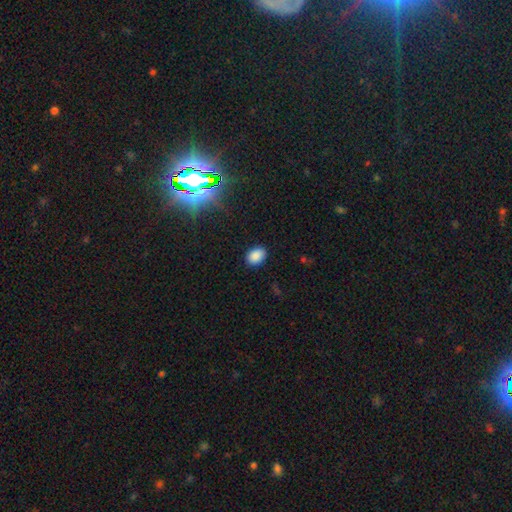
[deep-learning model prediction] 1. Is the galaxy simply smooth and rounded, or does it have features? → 87% smooth, 10% star or artifact, 3% featured or disk.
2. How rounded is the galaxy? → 77% in between, 22% round, 1% cigar-shaped.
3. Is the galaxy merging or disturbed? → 88% none, 9% minor disturbance, 2% major disturbance, 1% merger.